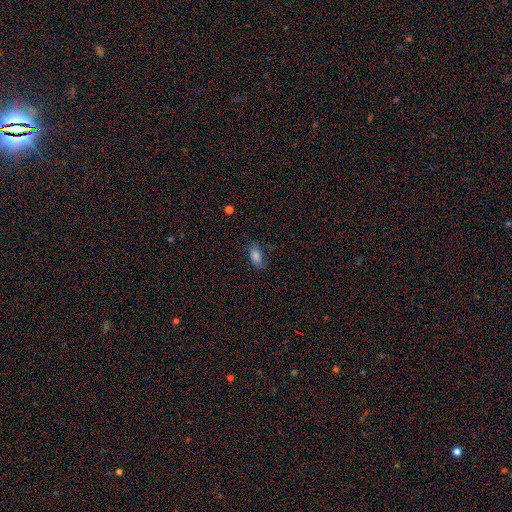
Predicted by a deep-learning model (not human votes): smooth_or_featured: smooth (p=0.69) [alt: featured or disk p=0.19]
how_rounded: in between (p=0.87) [alt: round p=0.07]
merging: none (p=0.67) [alt: minor disturbance p=0.22]